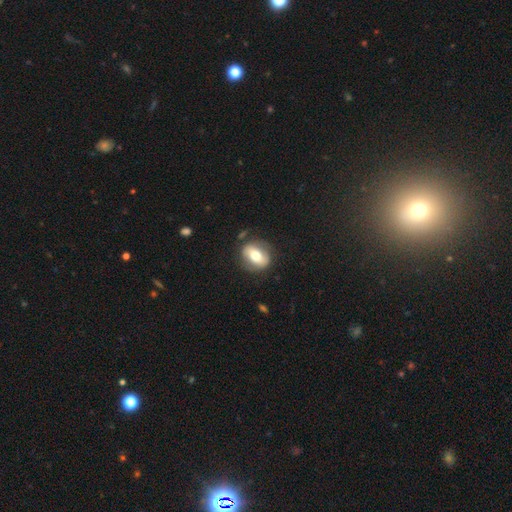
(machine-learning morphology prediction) Smooth or featured? smooth (58%)
How rounded? in between (67%)
Merging? none (76%)